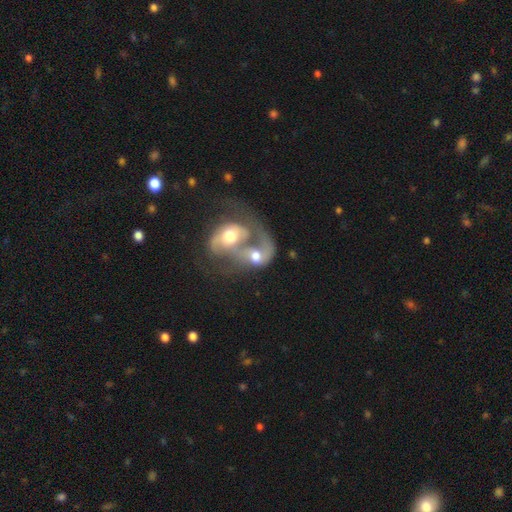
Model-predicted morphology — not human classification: featured or disk 62%, smooth 30%, star or artifact 7%. Down the decision tree: edge-on disk — no (97%); bar — no (72%); spiral arms — yes (63%); bulge size — moderate (66%); merging — merger (82%).